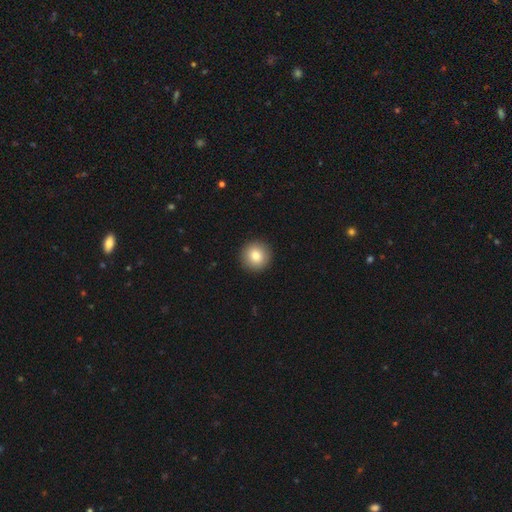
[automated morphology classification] type=smooth (81%); roundness=round (95%); merging=none (93%).